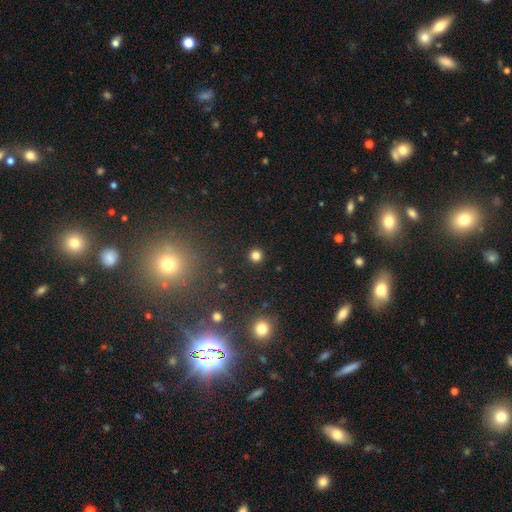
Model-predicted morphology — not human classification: smooth 81%, star or artifact 15%, featured or disk 4%. Down the decision tree: how rounded — round (95%); merging — none (92%).